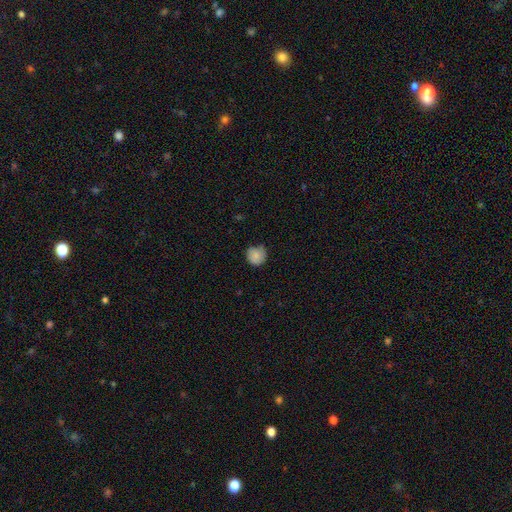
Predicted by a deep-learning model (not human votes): This appears to be a smooth galaxy with no disk features (82%) that is round (90%). Merging: none (67%).